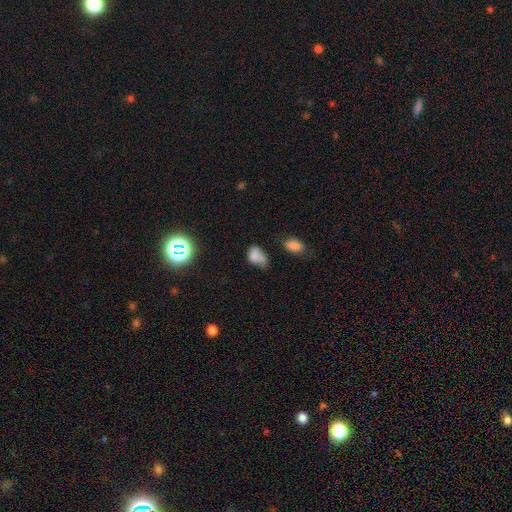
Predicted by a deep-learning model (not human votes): A smooth galaxy with no disk features (72%) that is in between round and cigar-shaped (83%). Merging: minor disturbance (32%).